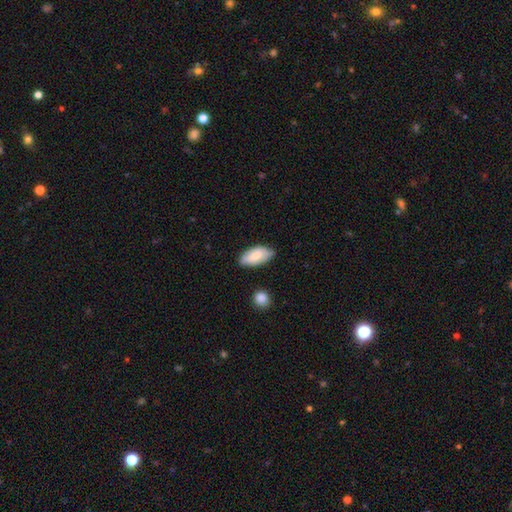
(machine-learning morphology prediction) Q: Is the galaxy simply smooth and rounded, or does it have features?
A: smooth — 77%.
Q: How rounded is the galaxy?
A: in between — 93%.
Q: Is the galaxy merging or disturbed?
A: none — 75%.